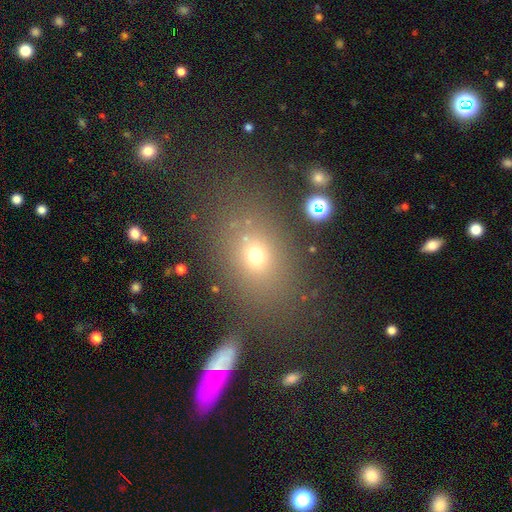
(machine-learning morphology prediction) smooth 67%, star or artifact 20%, featured or disk 13%. Down the decision tree: how rounded — in between (65%); merging — none (74%).